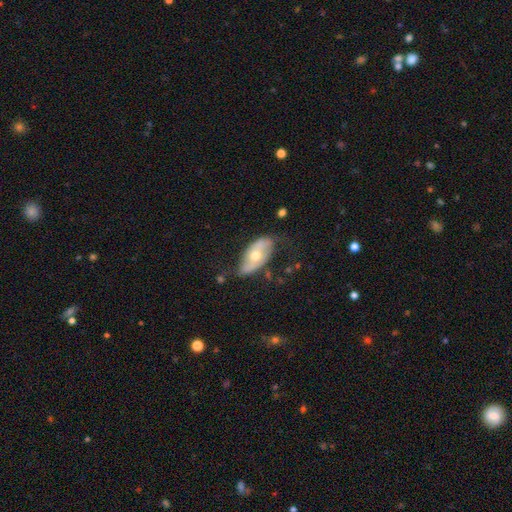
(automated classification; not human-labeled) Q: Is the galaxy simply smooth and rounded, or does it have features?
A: featured or disk — 52%.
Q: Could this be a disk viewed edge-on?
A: no — 83%.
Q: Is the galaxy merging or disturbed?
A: none — 57%.